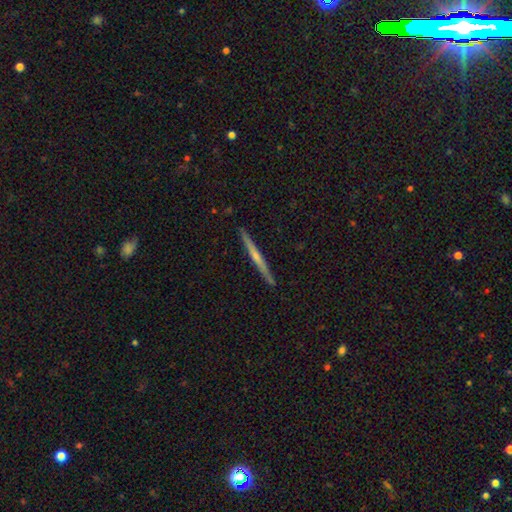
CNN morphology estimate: This is likely a featured or disk galaxy (68%). It is clearly viewed edge-on (98%). Edge-on bulge: possibly rounded (53%). Merging: clearly none (92%).